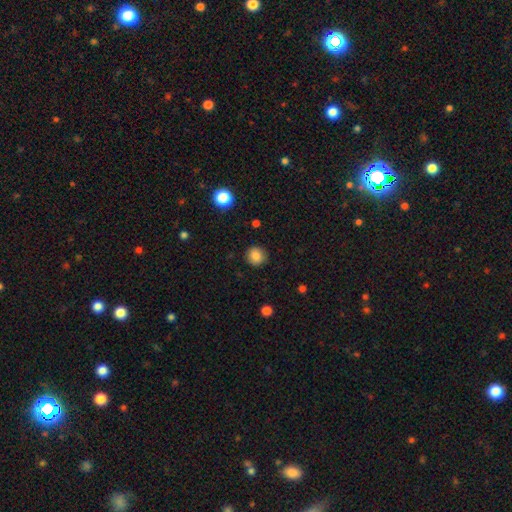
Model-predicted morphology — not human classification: This appears to be a smooth galaxy with no disk features (85%) that is round (90%). Merging: none (90%).